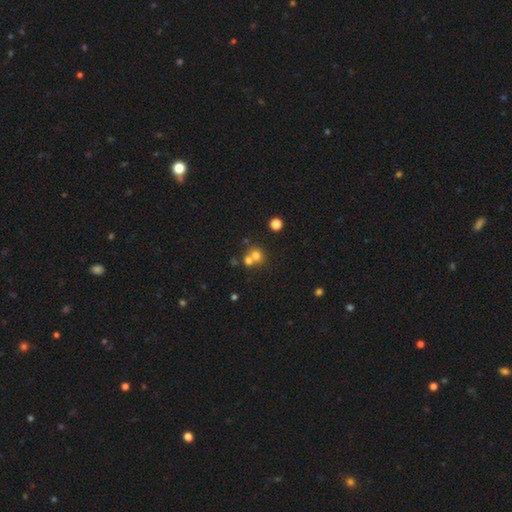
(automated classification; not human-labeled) Overall: smooth (69%). How rounded: round (83%). Merging: merger (46%; none 45%).